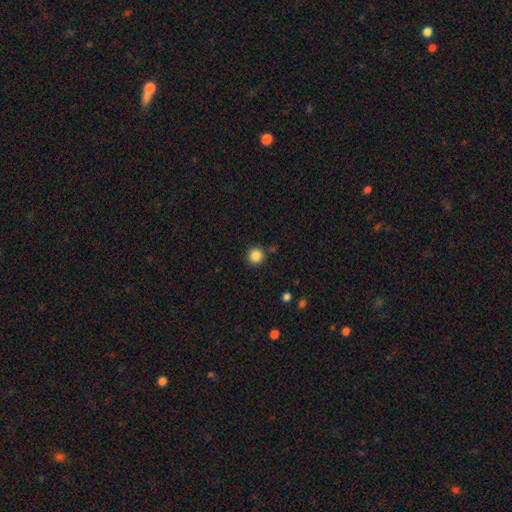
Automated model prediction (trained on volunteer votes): Smooth or featured: smooth — 86% (star or artifact — 10%)
How rounded: round — 95% (in between — 4%)
Merging: none — 87% (minor disturbance — 7%)